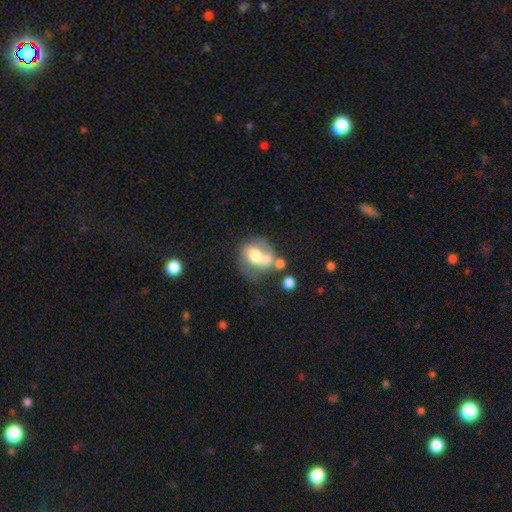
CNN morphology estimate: Smooth or featured?
  - smooth: 50% *
  - featured or disk: 41%
  - star or artifact: 9%
How rounded?
  - round: 56% *
  - in between: 42%
  - cigar-shaped: 1%
Merging?
  - none: 29% * (tied)
  - merger: 29% * (tied)
  - major disturbance: 21%
  - minor disturbance: 21%